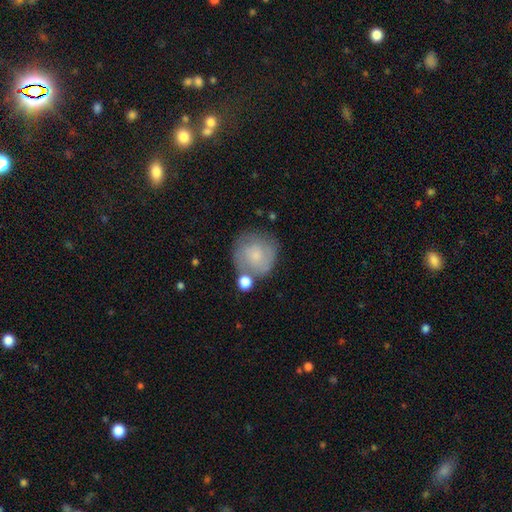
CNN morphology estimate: This is possibly a smooth galaxy (56%). How rounded: clearly round (88%). Merging: possibly none (60%).